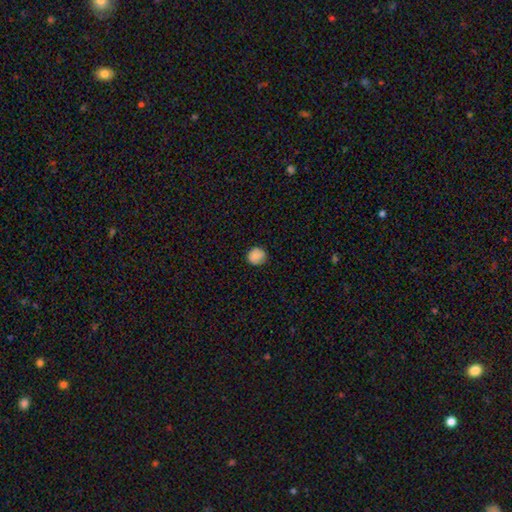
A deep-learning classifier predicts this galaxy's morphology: Q: Smooth or featured?
A: smooth (86%); runner-up: star or artifact (9%)
Q: How rounded?
A: round (85%); runner-up: in between (14%)
Q: Merging?
A: none (81%); runner-up: minor disturbance (15%)